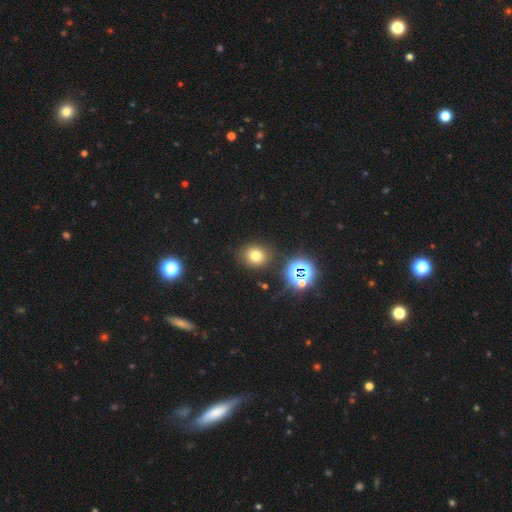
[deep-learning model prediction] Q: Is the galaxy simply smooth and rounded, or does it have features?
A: smooth — 68%.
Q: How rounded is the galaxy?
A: round — 75%.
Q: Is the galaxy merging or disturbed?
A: none — 84%.